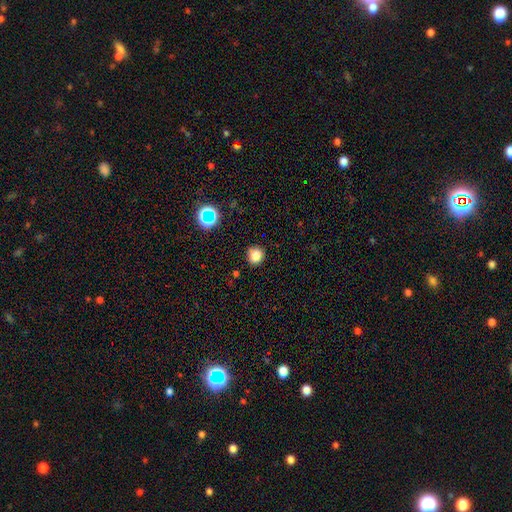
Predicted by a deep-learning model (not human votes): Morphology: type=smooth (80%); roundness=round (89%); merging=none (89%).